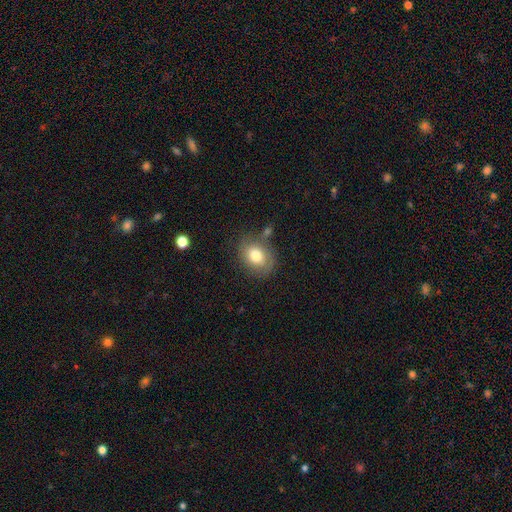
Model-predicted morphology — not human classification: A smooth galaxy with no disk features (76%) that is in between round and cigar-shaped (58%).

Vote fractions:
- Smooth or featured? smooth: 76% / featured or disk: 16% / star or artifact: 8%
- How rounded? in between: 58% / round: 41% / cigar-shaped: 1%
- Merging? none: 67% / minor disturbance: 20% / major disturbance: 7% / merger: 6%